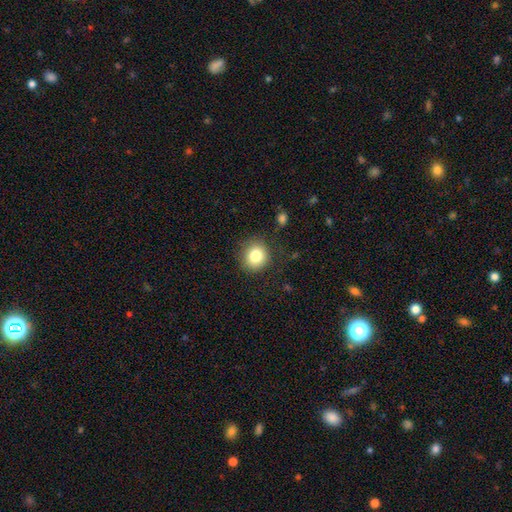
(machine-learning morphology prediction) The model was most divided on "smooth or featured": smooth: 82%, star or artifact: 11%, featured or disk: 7%. More confident: how rounded — round (86%); merging — none (84%).